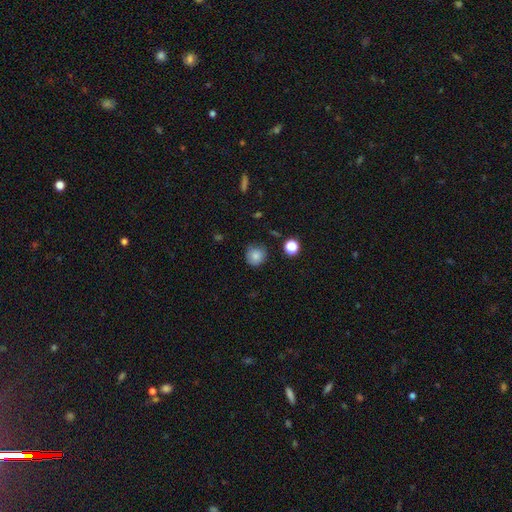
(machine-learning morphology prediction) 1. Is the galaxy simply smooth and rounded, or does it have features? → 82% smooth, 11% star or artifact, 7% featured or disk.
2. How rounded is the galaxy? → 90% round, 9% in between, 1% cigar-shaped.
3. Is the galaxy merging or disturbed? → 80% none, 15% minor disturbance, 3% major disturbance, 2% merger.